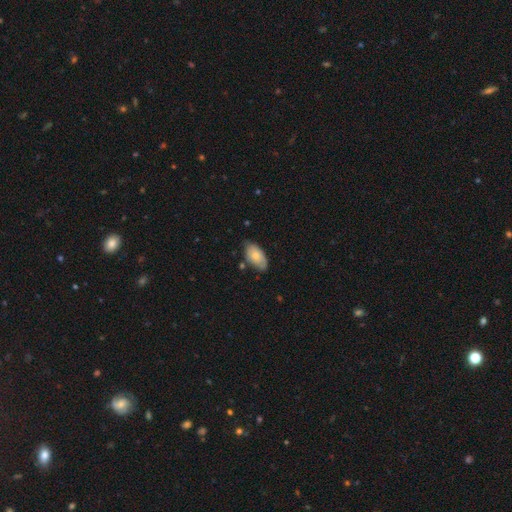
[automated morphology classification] smooth_or_featured: smooth (p=0.71) [alt: featured or disk p=0.23]
how_rounded: in between (p=0.94) [alt: round p=0.03]
merging: none (p=0.67) [alt: minor disturbance p=0.26]